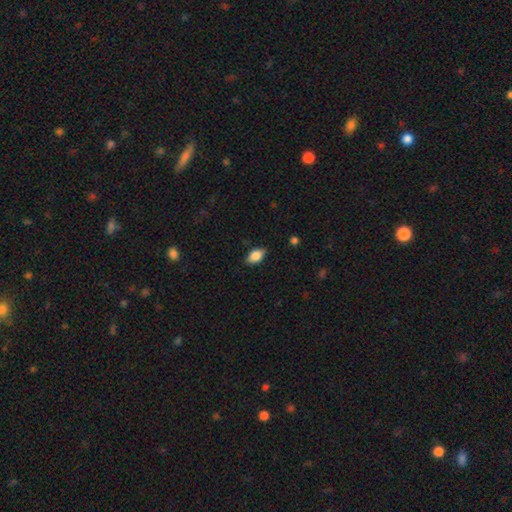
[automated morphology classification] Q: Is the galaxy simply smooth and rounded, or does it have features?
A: smooth — 83%.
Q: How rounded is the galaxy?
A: in between — 89%.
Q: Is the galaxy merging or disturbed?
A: none — 83%.